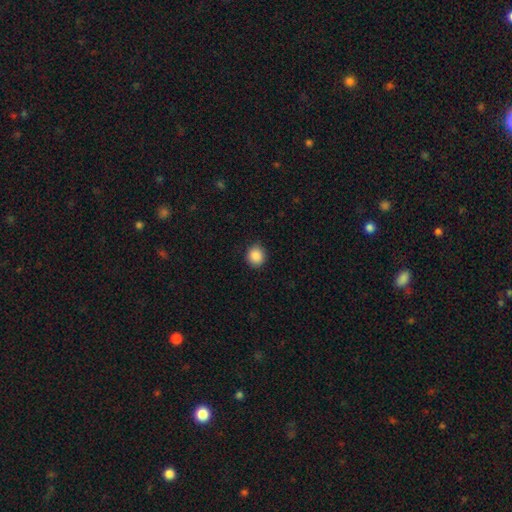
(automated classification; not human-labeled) Morphology: type=smooth (88%); roundness=round (89%); merging=none (89%).